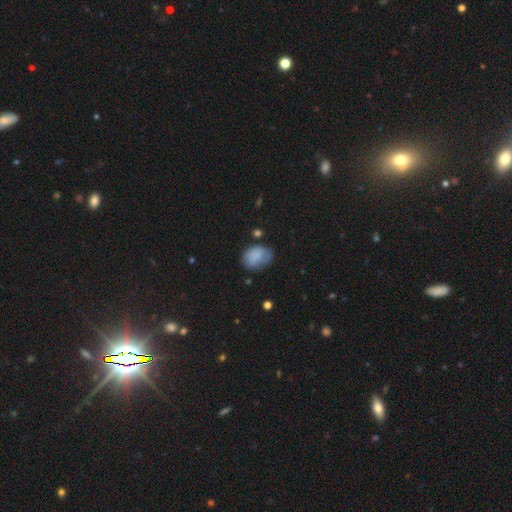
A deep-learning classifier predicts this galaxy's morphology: type=smooth (81%); roundness=in between (71%); merging=none (51%).